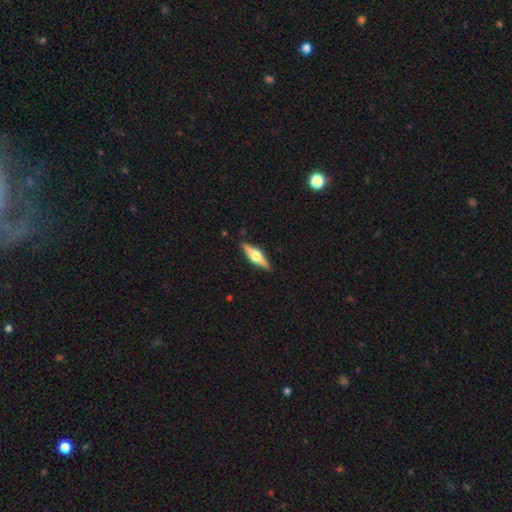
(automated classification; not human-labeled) Smooth or featured? featured or disk (68%)
Edge-on disk? yes (97%)
Edge-on bulge? rounded (93%)
Merging? none (89%)